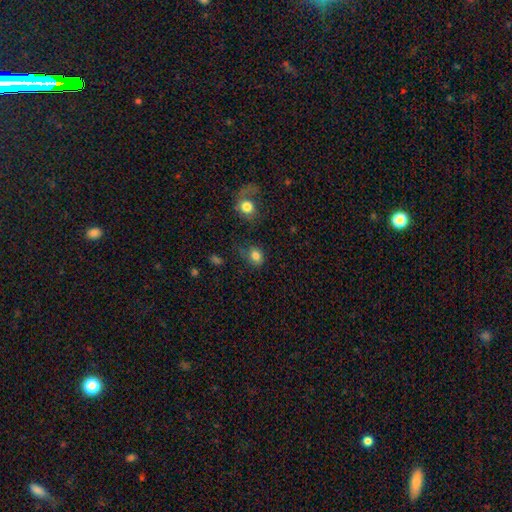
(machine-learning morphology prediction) smooth-or-featured: smooth: 82% | star or artifact: 11% | featured or disk: 8%
  how-rounded: round: 51% | in between: 48% | cigar-shaped: 1%
  merging: none: 58% | minor disturbance: 24% | major disturbance: 12% | merger: 6%